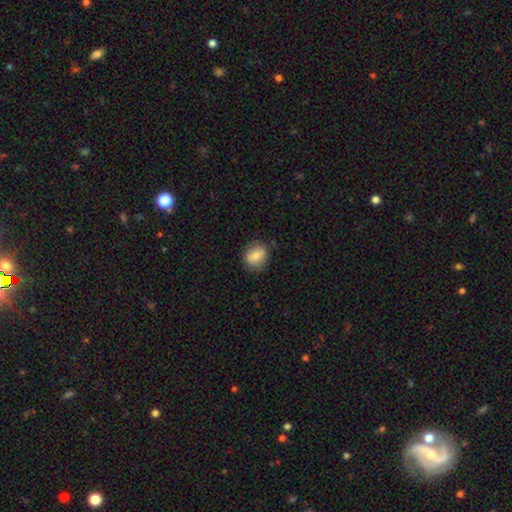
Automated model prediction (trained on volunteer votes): The model was most divided on "how rounded": round: 69%, in between: 30%, cigar-shaped: 1%. More confident: merging — none (81%); smooth or featured — smooth (75%).